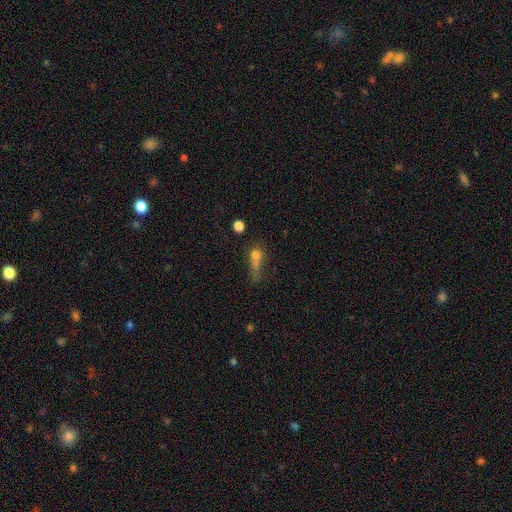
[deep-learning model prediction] Overall: smooth (63%). How rounded: round (41%; in between 38%). Merging: major disturbance (33%; none 27%).